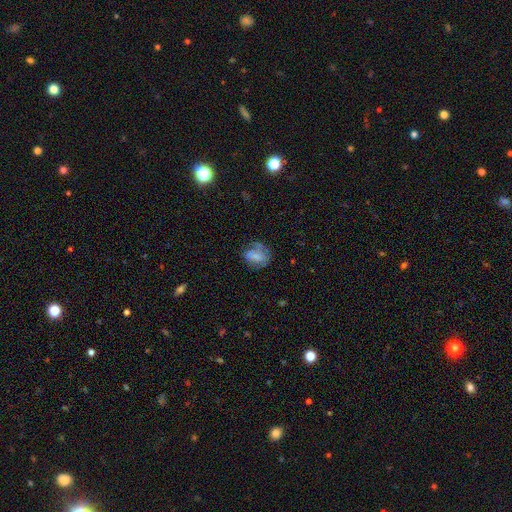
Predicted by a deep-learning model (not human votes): Smooth or featured: smooth — 49% (featured or disk — 41%)
Merging: none — 49% (minor disturbance — 26%)